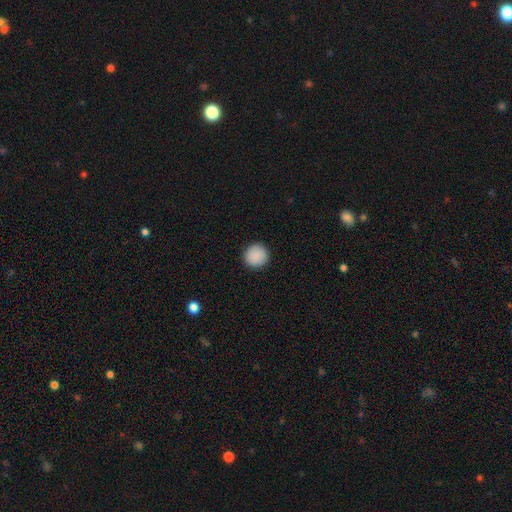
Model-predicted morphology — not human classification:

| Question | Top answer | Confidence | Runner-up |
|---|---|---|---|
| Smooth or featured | smooth | 90% | star or artifact (7%) |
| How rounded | round | 95% | in between (4%) |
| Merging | none | 92% | minor disturbance (5%) |